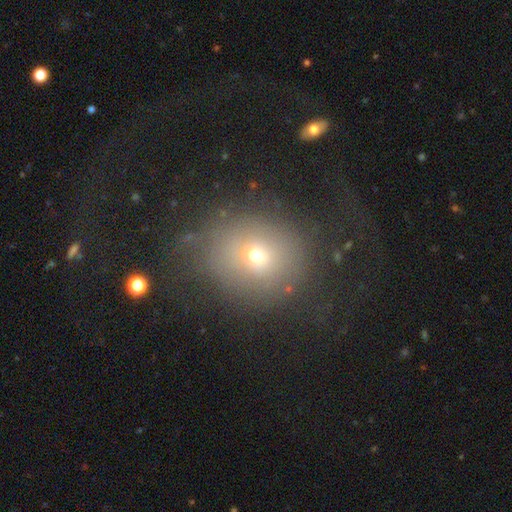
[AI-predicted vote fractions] Q: Smooth or featured?
A: smooth (61%); runner-up: featured or disk (20%)
Q: How rounded?
A: round (78%); runner-up: in between (21%)
Q: Merging?
A: none (58%); runner-up: major disturbance (23%)